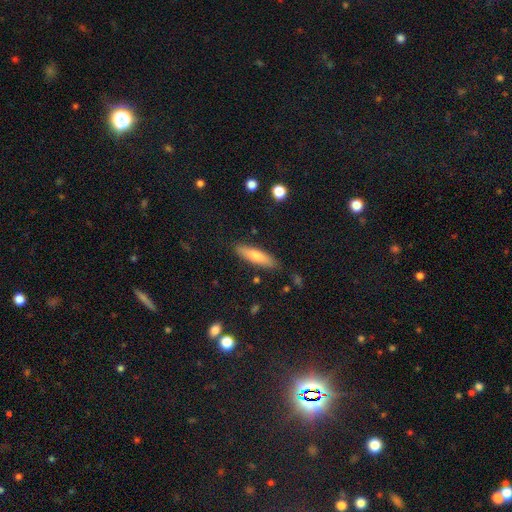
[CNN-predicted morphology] Q: Smooth or featured?
A: smooth (70%); runner-up: featured or disk (23%)
Q: How rounded?
A: cigar-shaped (70%); runner-up: in between (28%)
Q: Merging?
A: none (86%); runner-up: minor disturbance (10%)